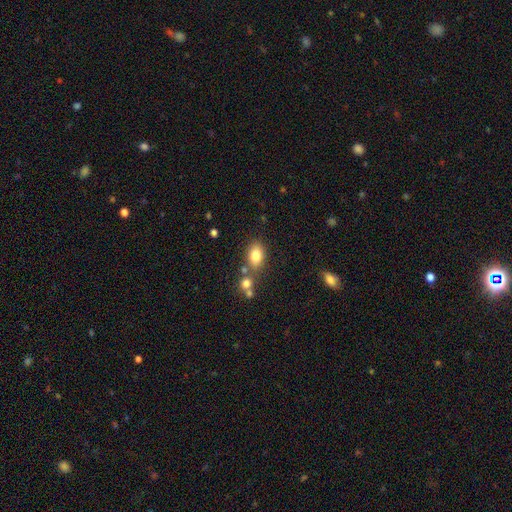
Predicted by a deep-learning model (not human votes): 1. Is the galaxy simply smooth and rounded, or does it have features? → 81% smooth, 10% featured or disk, 10% star or artifact.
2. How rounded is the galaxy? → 81% in between, 17% round, 2% cigar-shaped.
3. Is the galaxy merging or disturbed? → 66% none, 17% merger, 13% minor disturbance, 4% major disturbance.